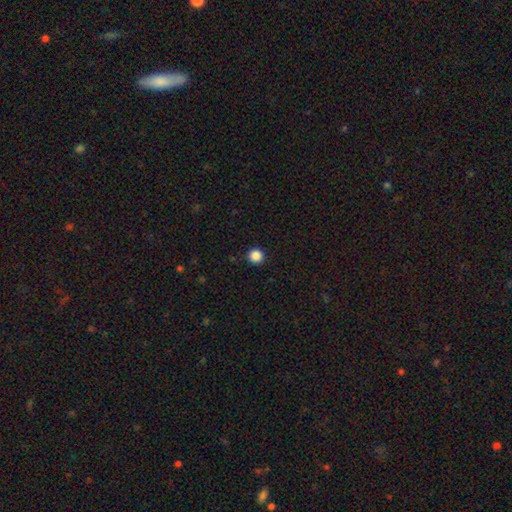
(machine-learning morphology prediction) This appears to be a smooth galaxy with no disk features (87%) that is round (96%). Merging: none (93%).